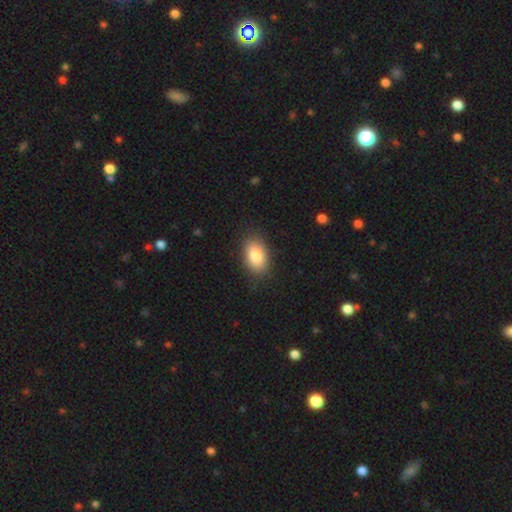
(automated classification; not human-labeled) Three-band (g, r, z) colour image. It shows a smooth galaxy with no disk features (84%) that is in between round and cigar-shaped (89%). Merging: none (84%).